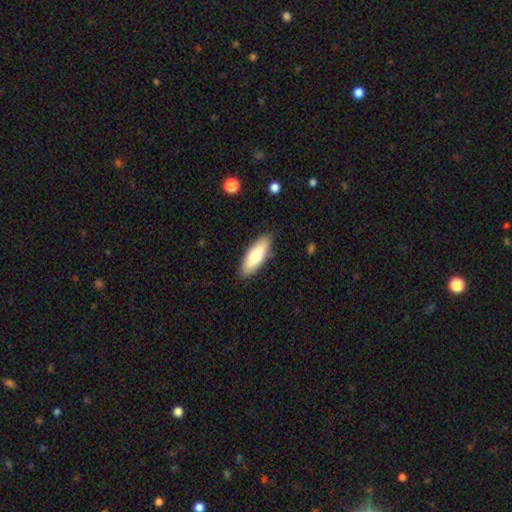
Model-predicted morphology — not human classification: smooth-or-featured: smooth: 73% | featured or disk: 21% | star or artifact: 6%
  how-rounded: in between: 64% | cigar-shaped: 34% | round: 2%
  merging: none: 87% | minor disturbance: 10% | major disturbance: 2% | merger: 1%